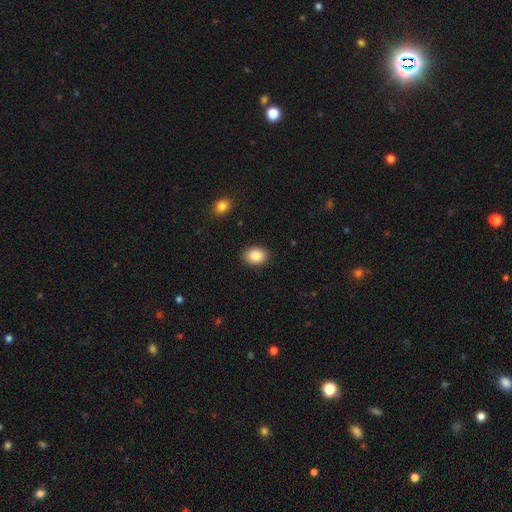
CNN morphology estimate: Smooth or featured? Predicted: smooth (p=0.88). How rounded? Predicted: in between (p=0.73). Merging? Predicted: none (p=0.88).